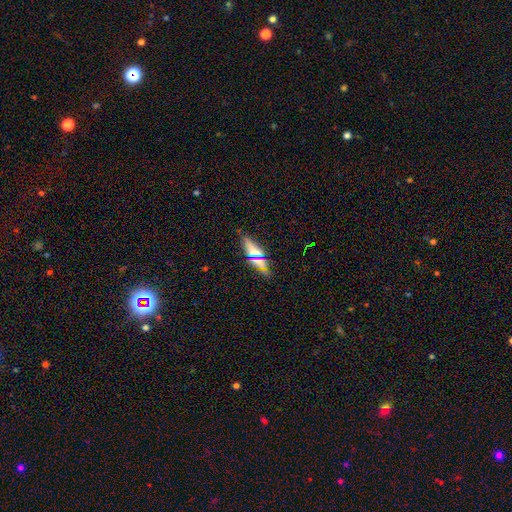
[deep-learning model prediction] Morphology: type=smooth (63%); roundness=in between (59%); merging=none (80%).